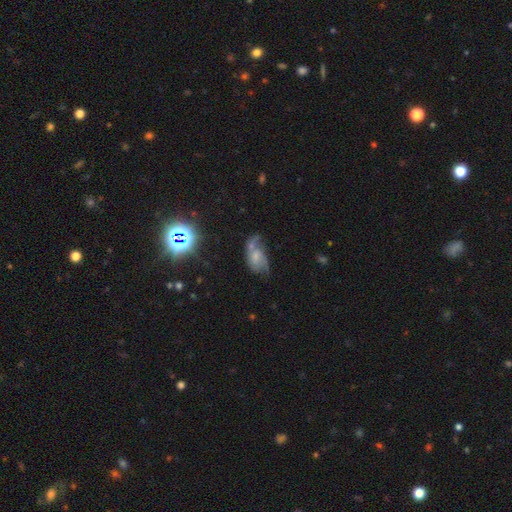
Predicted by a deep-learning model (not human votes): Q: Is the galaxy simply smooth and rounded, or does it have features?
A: featured or disk — 45%.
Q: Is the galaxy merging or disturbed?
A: none — 30%.